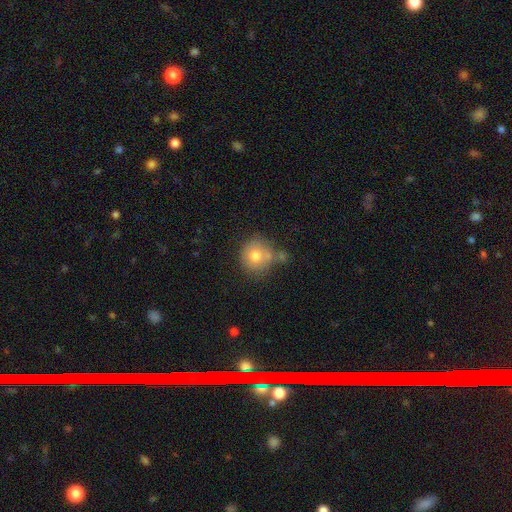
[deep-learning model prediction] Smooth or featured?
  - smooth: 74% *
  - featured or disk: 16%
  - star or artifact: 10%
How rounded?
  - round: 90% *
  - in between: 9%
  - cigar-shaped: 1%
Merging?
  - none: 56% *
  - merger: 23%
  - minor disturbance: 15%
  - major disturbance: 5%